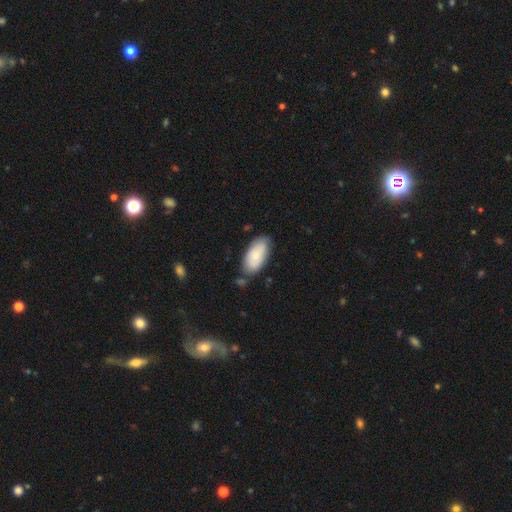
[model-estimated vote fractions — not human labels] The model was most divided on "merging": none: 72%, minor disturbance: 19%, merger: 5%, major disturbance: 4%. More confident: how rounded — in between (93%); smooth or featured — smooth (78%).